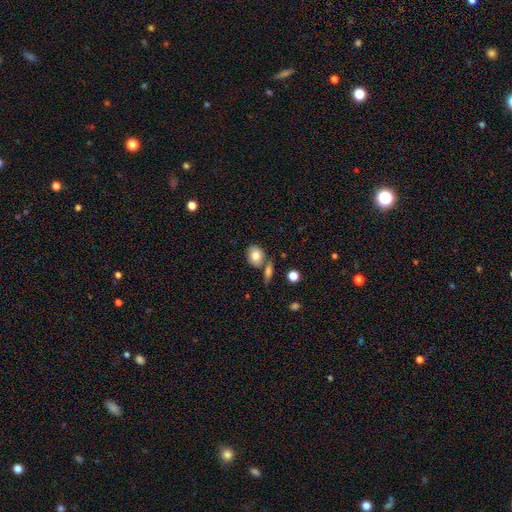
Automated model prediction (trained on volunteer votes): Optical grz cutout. It shows a smooth galaxy with no disk features (80%) that is round (57%). Merging: none (62%).